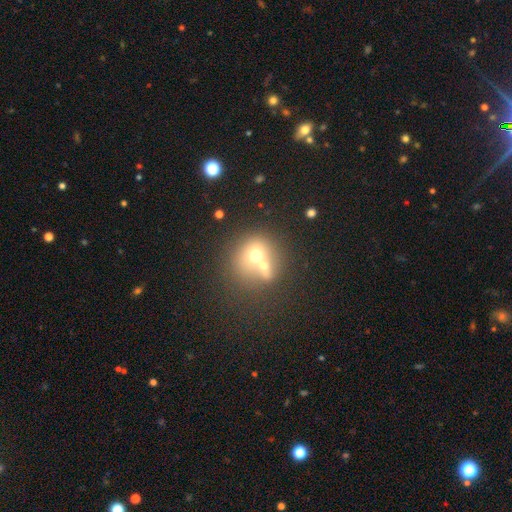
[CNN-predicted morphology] This appears to be a smooth galaxy with no disk features (63%) that is round (81%). Merging: merger (56%).